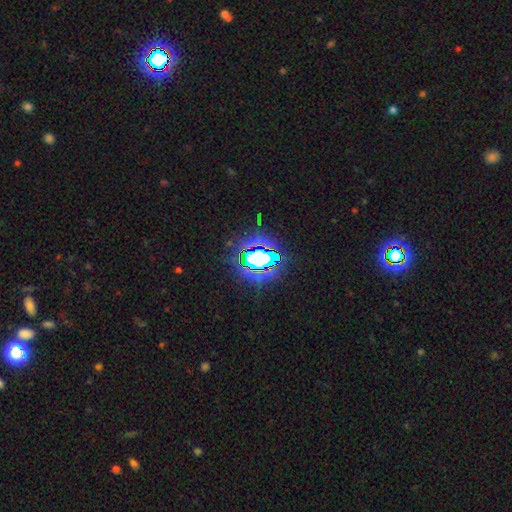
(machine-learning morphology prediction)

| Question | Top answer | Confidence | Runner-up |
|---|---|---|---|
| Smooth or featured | star or artifact | 81% | smooth (12%) |